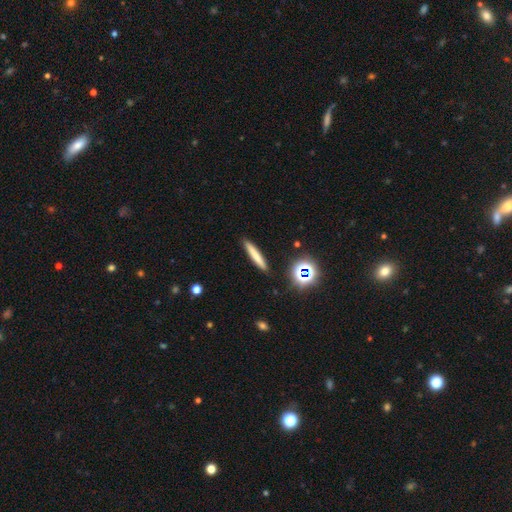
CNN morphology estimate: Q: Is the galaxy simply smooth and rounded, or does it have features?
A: smooth — 72%.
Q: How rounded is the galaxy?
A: cigar-shaped — 94%.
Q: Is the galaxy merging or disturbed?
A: none — 91%.